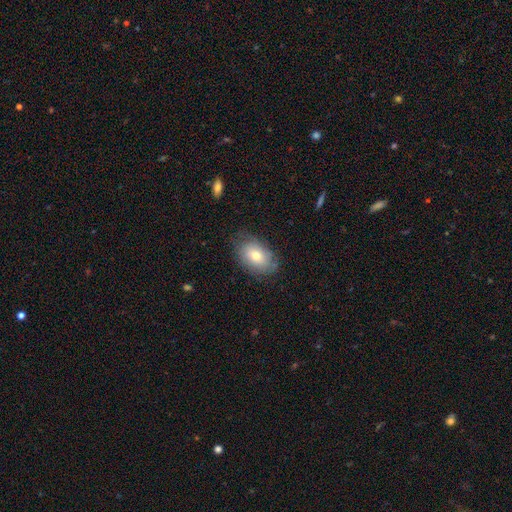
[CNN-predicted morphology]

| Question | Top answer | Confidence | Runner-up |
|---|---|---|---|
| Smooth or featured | smooth | 66% | featured or disk (26%) |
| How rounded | in between | 86% | round (13%) |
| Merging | none | 73% | minor disturbance (20%) |